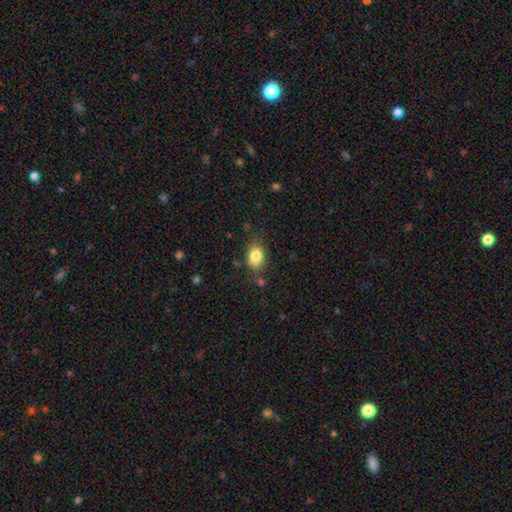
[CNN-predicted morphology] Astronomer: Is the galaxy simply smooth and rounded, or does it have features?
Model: smooth — 83%.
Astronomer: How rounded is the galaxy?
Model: in between — 70%.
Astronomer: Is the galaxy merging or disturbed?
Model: none — 72%.